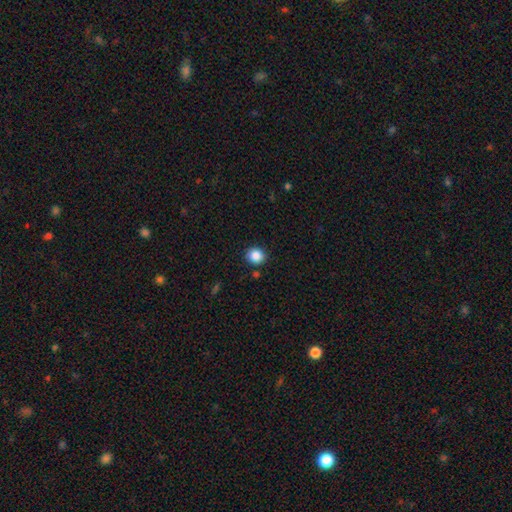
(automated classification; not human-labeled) Smooth or featured?
  - smooth: 87% *
  - star or artifact: 10%
  - featured or disk: 4%
How rounded?
  - round: 84% *
  - in between: 15%
  - cigar-shaped: 1%
Merging?
  - none: 88% *
  - minor disturbance: 7%
  - merger: 3%
  - major disturbance: 2%